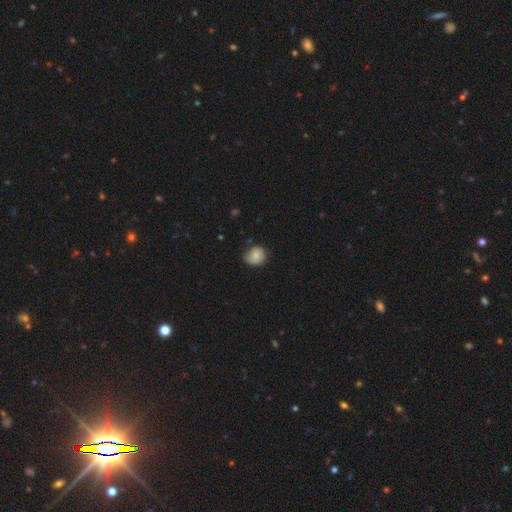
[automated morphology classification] smooth-or-featured: smooth: 70% | featured or disk: 22% | star or artifact: 8%
  how-rounded: round: 68% | in between: 31% | cigar-shaped: 1%
  merging: none: 58% | minor disturbance: 33% | major disturbance: 7% | merger: 2%